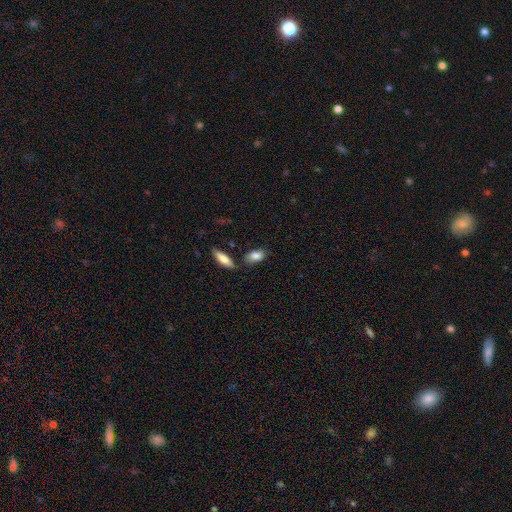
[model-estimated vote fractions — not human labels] Smooth or featured? smooth (83%)
How rounded? in between (88%)
Merging? none (73%)